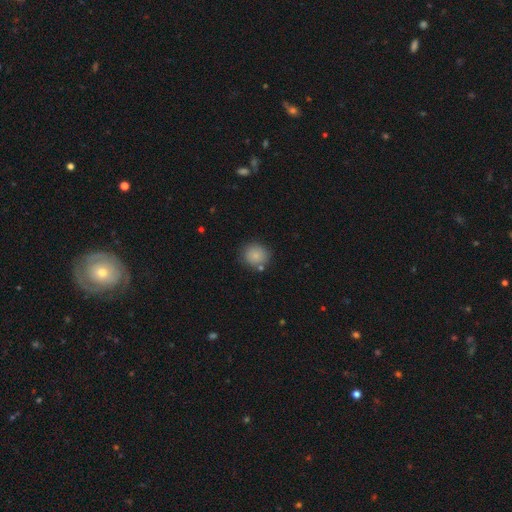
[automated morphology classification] Smooth or featured?
  - smooth: 83% *
  - star or artifact: 9%
  - featured or disk: 8%
How rounded?
  - round: 86% *
  - in between: 13%
  - cigar-shaped: 1%
Merging?
  - none: 78% *
  - minor disturbance: 12%
  - merger: 6%
  - major disturbance: 3%